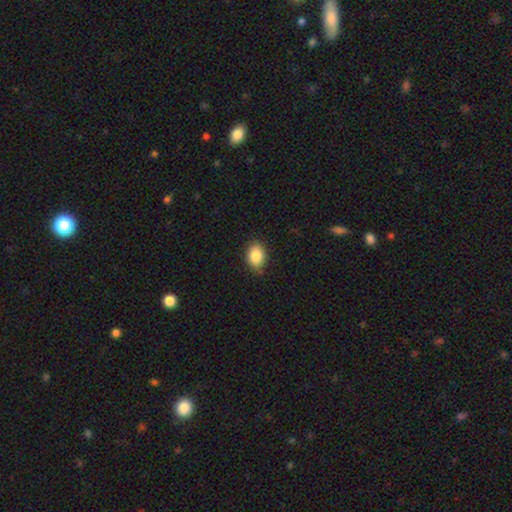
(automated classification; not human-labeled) This is clearly a smooth galaxy (86%). How rounded: likely in between (80%). Merging: clearly none (83%).